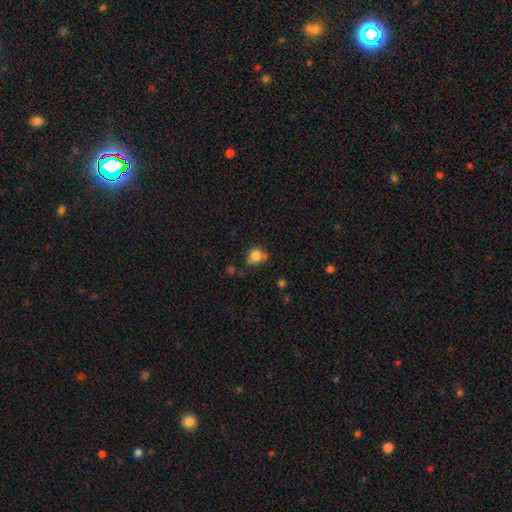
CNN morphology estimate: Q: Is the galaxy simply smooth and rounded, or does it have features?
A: smooth — 82%.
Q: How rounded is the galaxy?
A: round — 71%.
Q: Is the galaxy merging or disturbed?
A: none — 55%.